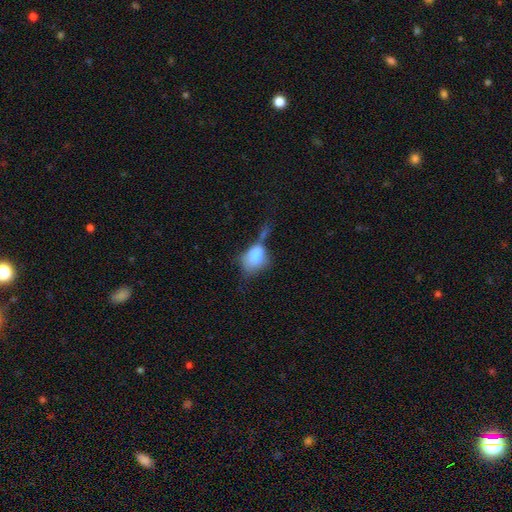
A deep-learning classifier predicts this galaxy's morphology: This is likely a smooth galaxy (72%). How rounded: likely in between (77%). Merging: marginally major disturbance (31%).